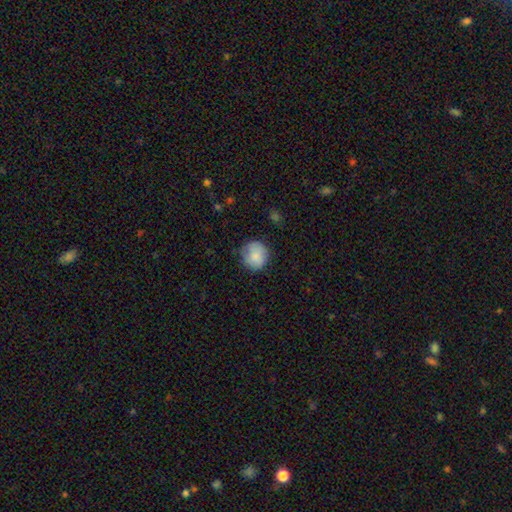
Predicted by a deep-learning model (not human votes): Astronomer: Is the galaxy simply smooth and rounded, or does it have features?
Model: smooth — 82%.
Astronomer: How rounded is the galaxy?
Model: round — 90%.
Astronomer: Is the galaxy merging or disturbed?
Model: none — 76%.